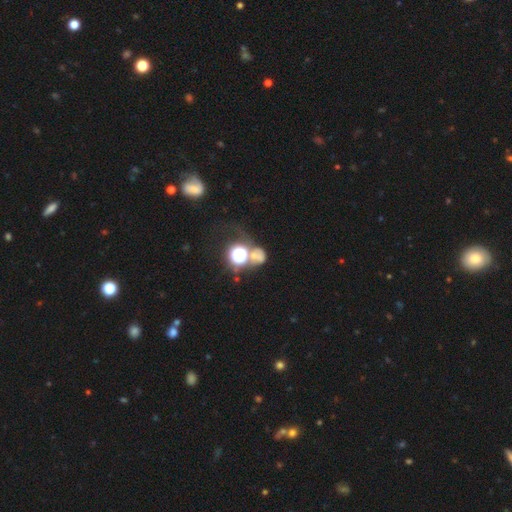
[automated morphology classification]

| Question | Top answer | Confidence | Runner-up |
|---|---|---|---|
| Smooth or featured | smooth | 47% | star or artifact (35%) |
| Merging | merger | 38% | none (34%) |